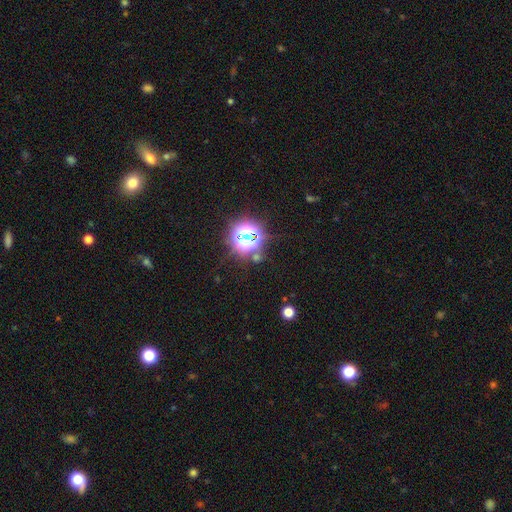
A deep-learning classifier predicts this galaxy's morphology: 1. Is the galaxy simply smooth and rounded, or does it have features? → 75% star or artifact, 17% smooth, 8% featured or disk.